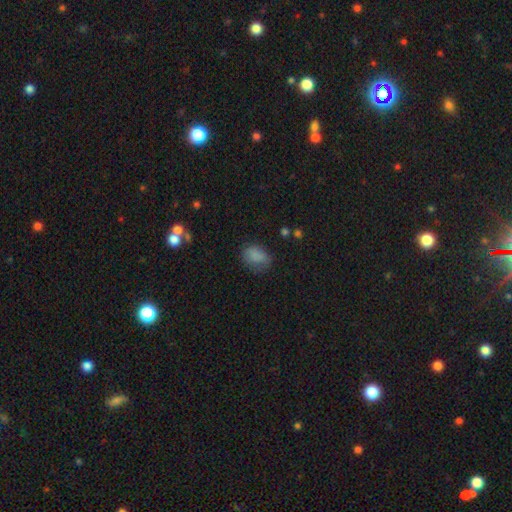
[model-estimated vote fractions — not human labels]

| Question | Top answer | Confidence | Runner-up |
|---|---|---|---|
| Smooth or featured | smooth | 81% | star or artifact (11%) |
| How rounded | in between | 75% | round (23%) |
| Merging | none | 59% | minor disturbance (28%) |